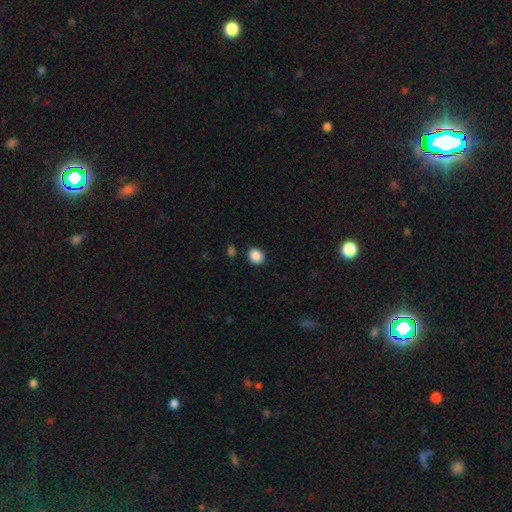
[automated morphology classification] type=smooth (88%); roundness=round (76%); merging=none (88%).